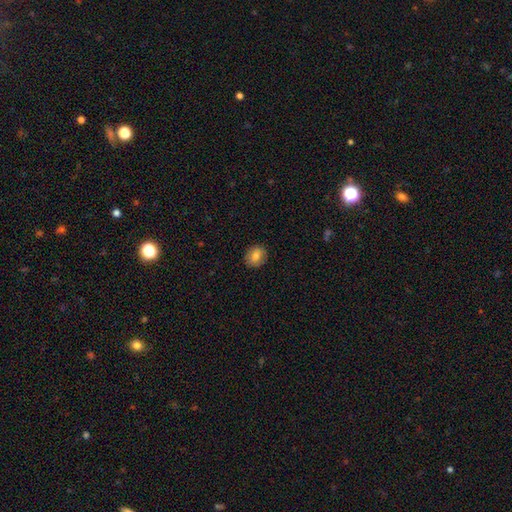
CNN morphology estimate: A smooth galaxy with no disk features (81%) that is round (61%).

Vote fractions:
- Smooth or featured? smooth: 81% / featured or disk: 11% / star or artifact: 9%
- How rounded? round: 61% / in between: 38% / cigar-shaped: 1%
- Merging? none: 89% / minor disturbance: 8% / major disturbance: 2% / merger: 1%